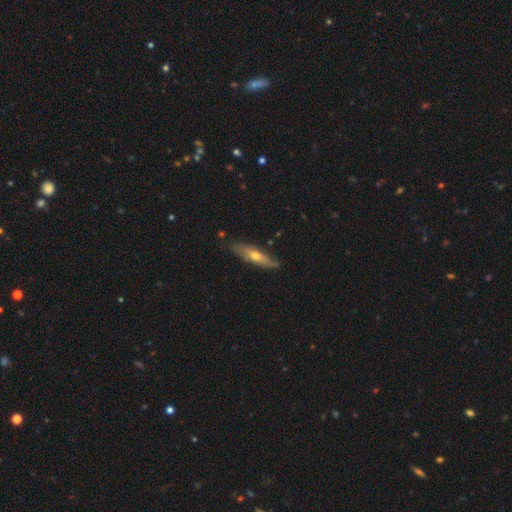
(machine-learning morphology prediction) Smooth or featured? Predicted: featured or disk (p=0.57). Edge-on disk? Predicted: yes (p=0.76). Merging? Predicted: none (p=0.79).